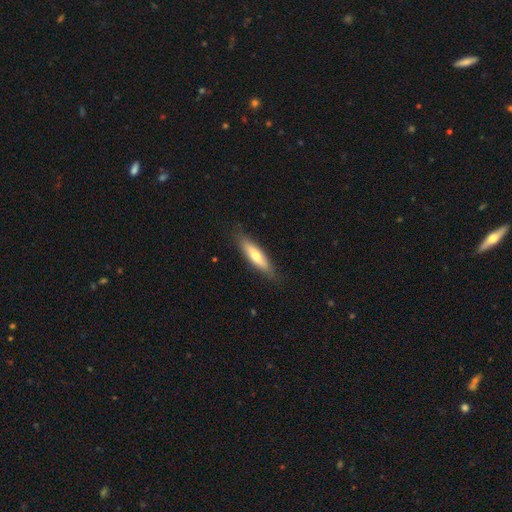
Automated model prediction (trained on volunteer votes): smooth 62%, featured or disk 33%, star or artifact 6%. Down the decision tree: how rounded — cigar-shaped (72%); merging — none (85%).